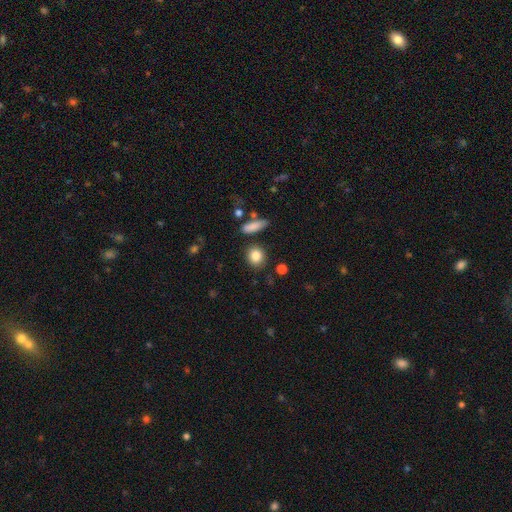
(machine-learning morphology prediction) Overall: smooth (85%). How rounded: round (75%). Merging: none (85%).